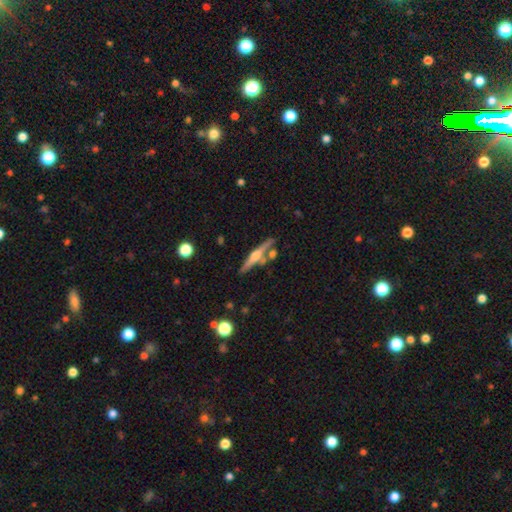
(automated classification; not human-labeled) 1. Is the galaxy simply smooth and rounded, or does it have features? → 72% featured or disk, 22% smooth, 6% star or artifact.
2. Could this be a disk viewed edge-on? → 97% yes, 3% no.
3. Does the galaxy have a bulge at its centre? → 90% rounded, 6% boxy, 4% none.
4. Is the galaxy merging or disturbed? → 74% none, 13% merger, 10% minor disturbance, 3% major disturbance.